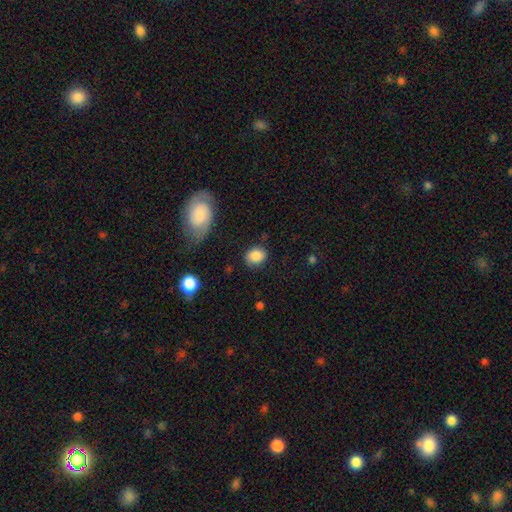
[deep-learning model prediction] Overall: smooth (86%). How rounded: in between (51%; round 47%). Merging: none (79%).